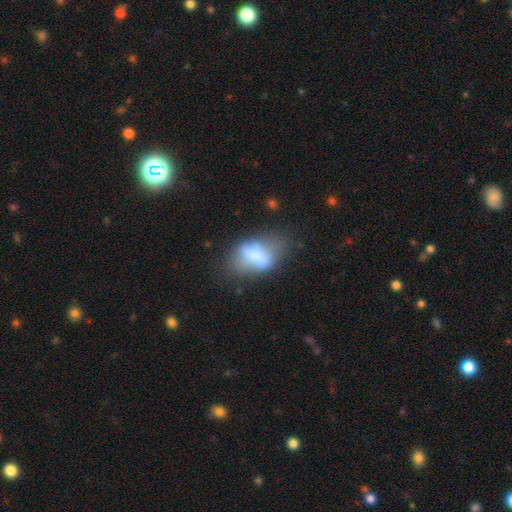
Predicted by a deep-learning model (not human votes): Q: Smooth or featured?
A: smooth (60%); runner-up: featured or disk (31%)
Q: How rounded?
A: in between (86%); runner-up: round (10%)
Q: Merging?
A: none (36%); runner-up: minor disturbance (30%)